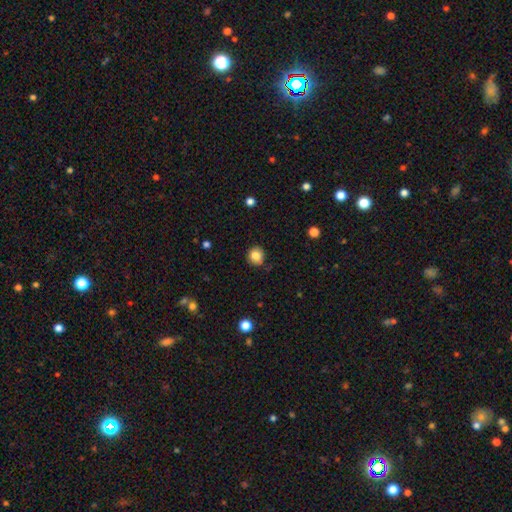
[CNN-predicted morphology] Smooth or featured?
  - smooth: 83% *
  - star or artifact: 10%
  - featured or disk: 6%
How rounded?
  - round: 87% *
  - in between: 12%
  - cigar-shaped: 1%
Merging?
  - none: 85% *
  - minor disturbance: 11%
  - major disturbance: 2%
  - merger: 1%